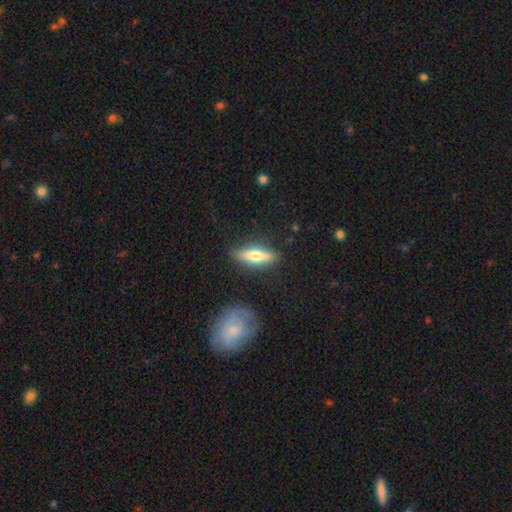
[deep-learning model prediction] smooth-or-featured: smooth: 47% (tied) | featured or disk: 47% (tied) | star or artifact: 6%
  merging: none: 84% | minor disturbance: 10% | major disturbance: 3% | merger: 2%